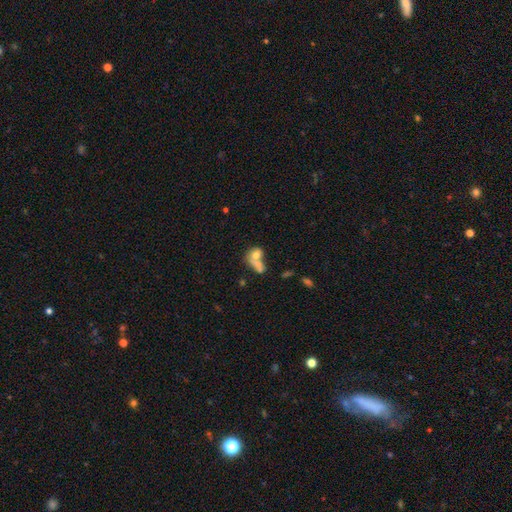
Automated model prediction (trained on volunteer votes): Smooth or featured? smooth (65%)
How rounded? in between (53%)
Merging? merger (62%)